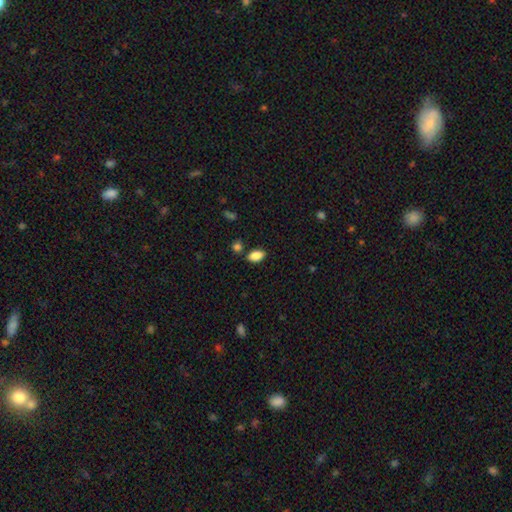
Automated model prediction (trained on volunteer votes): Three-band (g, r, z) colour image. It shows a smooth galaxy with no disk features (87%) that is in between round and cigar-shaped (91%). Merging: none (80%).